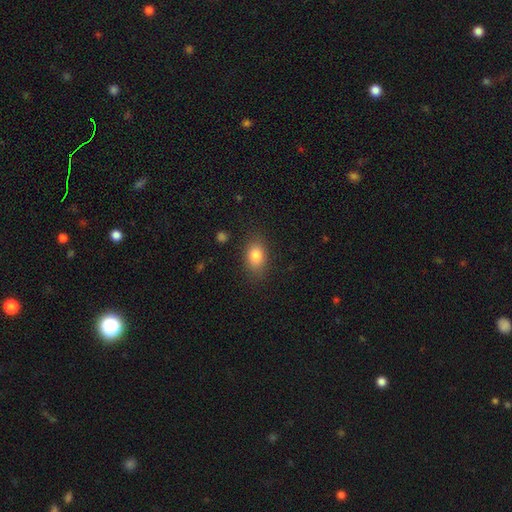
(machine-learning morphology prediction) type=smooth (81%); roundness=in between (80%); merging=none (84%).